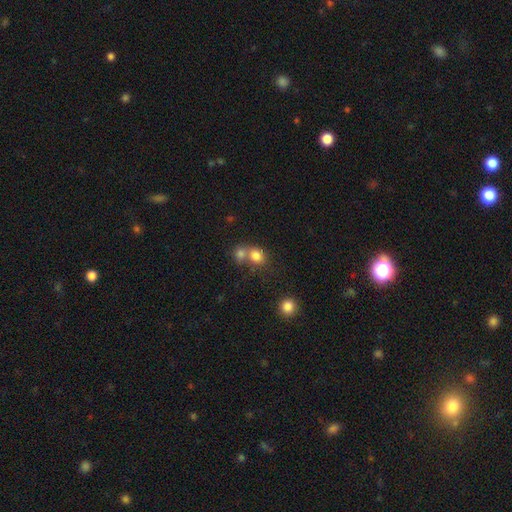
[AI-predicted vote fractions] smooth 80%, star or artifact 12%, featured or disk 9%. Down the decision tree: how rounded — round (69%); merging — merger (50%).